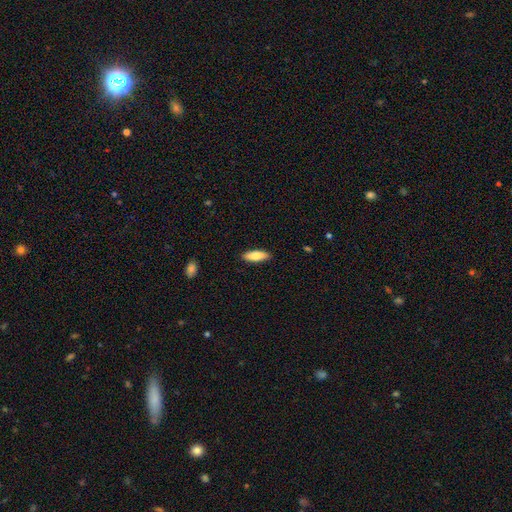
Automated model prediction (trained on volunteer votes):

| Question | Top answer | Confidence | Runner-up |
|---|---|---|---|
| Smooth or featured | smooth | 81% | featured or disk (13%) |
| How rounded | in between | 65% | cigar-shaped (33%) |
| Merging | none | 89% | minor disturbance (9%) |